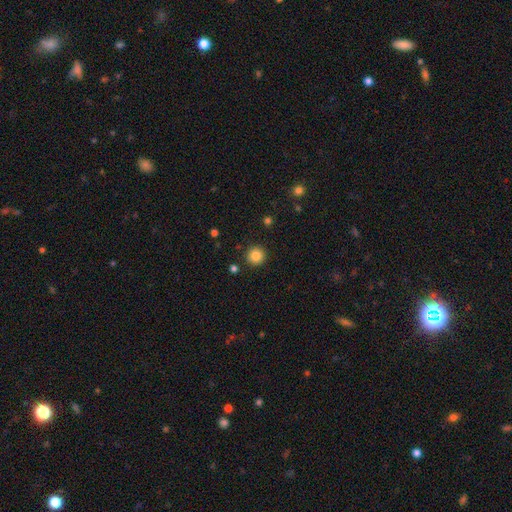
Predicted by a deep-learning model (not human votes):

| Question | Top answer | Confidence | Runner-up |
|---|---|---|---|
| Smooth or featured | smooth | 86% | star or artifact (11%) |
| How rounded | round | 95% | in between (4%) |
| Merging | none | 90% | minor disturbance (6%) |